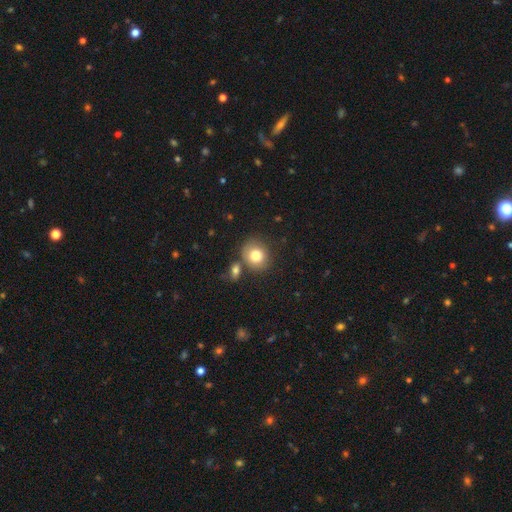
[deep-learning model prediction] Morphology: type=smooth (79%); roundness=round (77%); merging=none (67%).